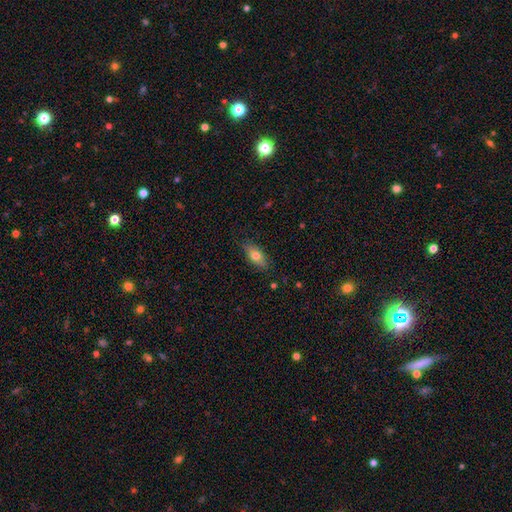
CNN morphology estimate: A smooth galaxy with no disk features (69%) that is in between round and cigar-shaped (75%).

Vote fractions:
- Smooth or featured? smooth: 69% / featured or disk: 24% / star or artifact: 7%
- How rounded? in between: 75% / cigar-shaped: 21% / round: 4%
- Merging? none: 83% / minor disturbance: 13% / major disturbance: 2% / merger: 1%